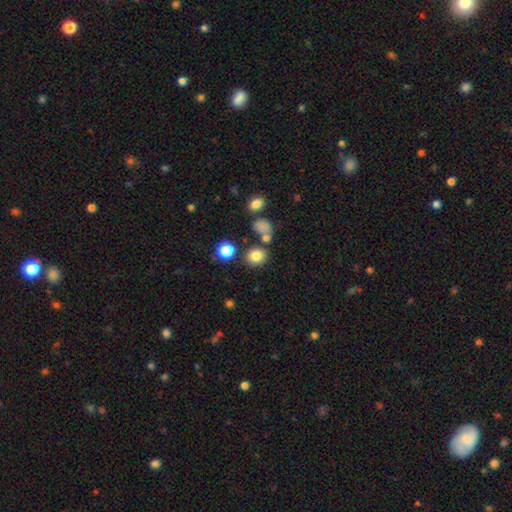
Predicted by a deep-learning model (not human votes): A smooth galaxy with no disk features (80%) that is round (75%). Merging: none (75%).